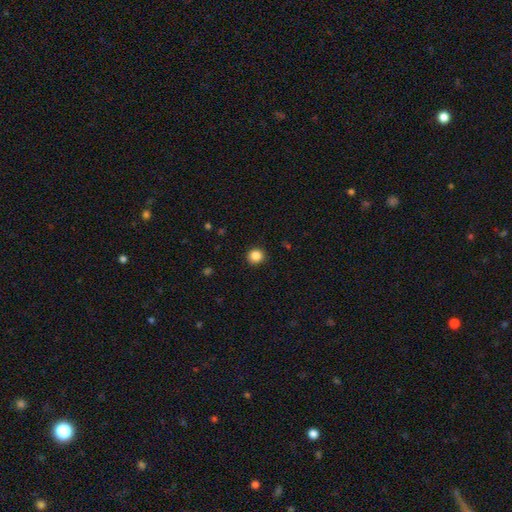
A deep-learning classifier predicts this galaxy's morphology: This is clearly a smooth galaxy (86%). How rounded: clearly round (91%). Merging: clearly none (92%).